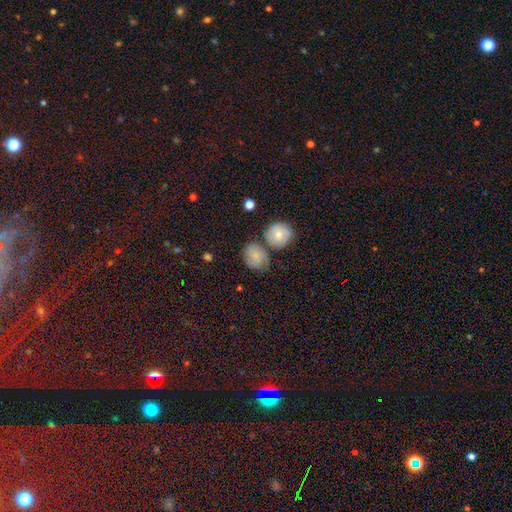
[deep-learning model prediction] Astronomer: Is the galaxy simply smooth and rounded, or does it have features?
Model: smooth — 60%.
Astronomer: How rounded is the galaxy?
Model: round — 64%.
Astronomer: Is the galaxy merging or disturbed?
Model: none — 52%.